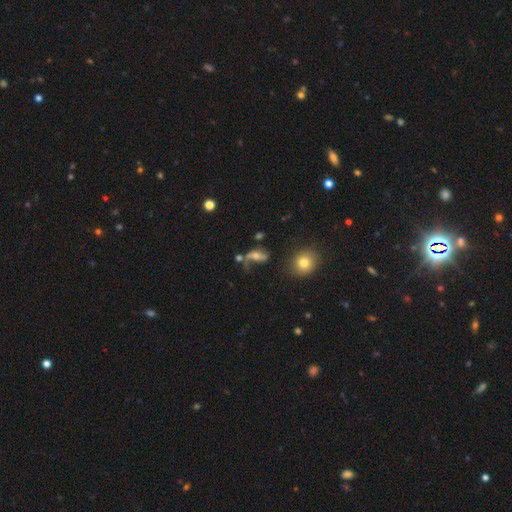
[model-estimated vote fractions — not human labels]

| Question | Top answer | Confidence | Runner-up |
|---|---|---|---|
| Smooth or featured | featured or disk | 43% | smooth (39%) |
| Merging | none | 37% | major disturbance (28%) |